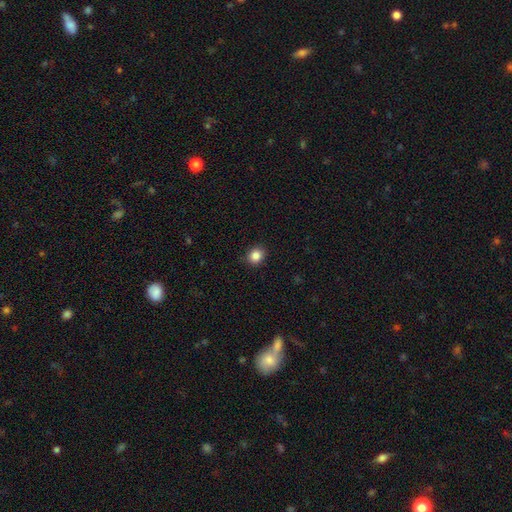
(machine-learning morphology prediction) Smooth or featured? smooth (86%)
How rounded? round (77%)
Merging? none (90%)